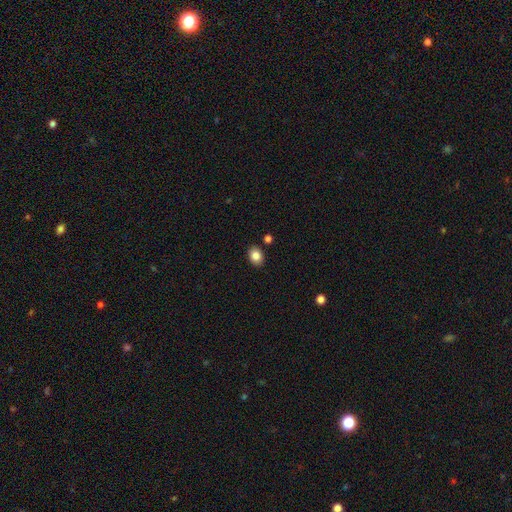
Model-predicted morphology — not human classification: smooth-or-featured: smooth: 85% | star or artifact: 9% | featured or disk: 6%
  how-rounded: in between: 62% | round: 37% | cigar-shaped: 1%
  merging: none: 87% | minor disturbance: 8% | merger: 3% | major disturbance: 2%